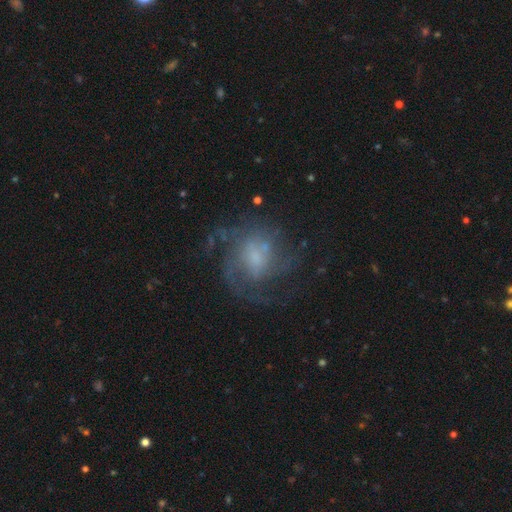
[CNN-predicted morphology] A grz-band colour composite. It shows a featured or disk galaxy (70%) with no bar (56%), medium (45%) spiral arms (78%) and a small central bulge (35%). Merging: none (56%).